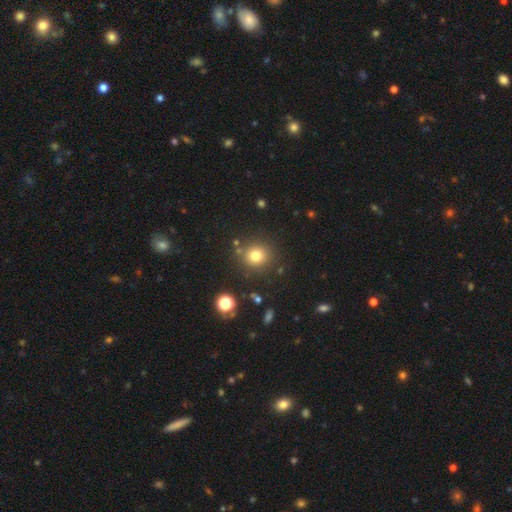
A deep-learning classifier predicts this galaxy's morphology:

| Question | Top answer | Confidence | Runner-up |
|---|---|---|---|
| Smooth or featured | smooth | 77% | star or artifact (15%) |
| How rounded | round | 90% | in between (9%) |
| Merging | none | 84% | minor disturbance (8%) |